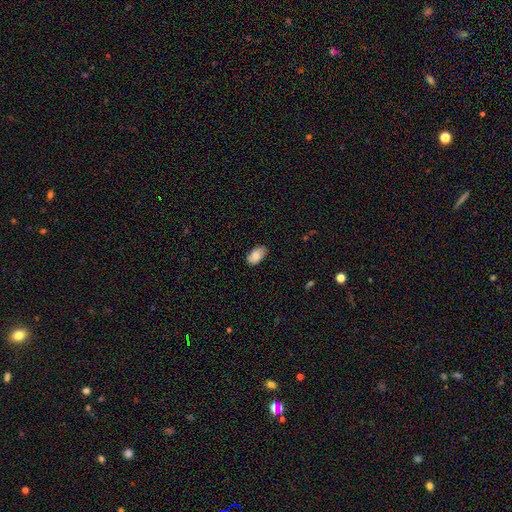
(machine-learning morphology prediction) A smooth galaxy with no disk features (75%) that is in between round and cigar-shaped (93%).

Vote fractions:
- Smooth or featured? smooth: 75% / featured or disk: 18% / star or artifact: 7%
- How rounded? in between: 93% / round: 5% / cigar-shaped: 2%
- Merging? none: 78% / minor disturbance: 18% / major disturbance: 3% / merger: 1%